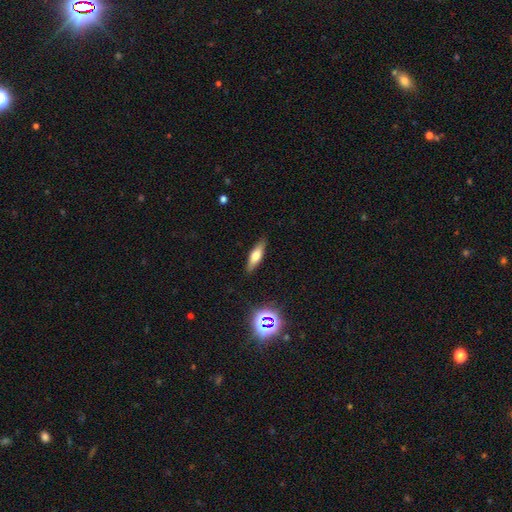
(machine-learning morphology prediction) Overall: smooth (57%; featured or disk 33%). How rounded: cigar-shaped (58%; in between 39%). Merging: none (87%).